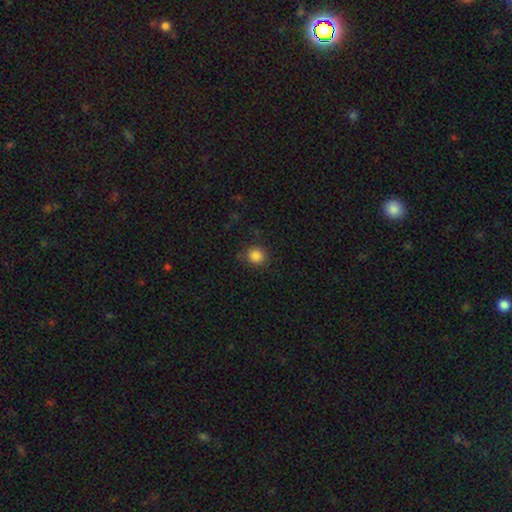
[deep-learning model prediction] smooth 86%, star or artifact 11%, featured or disk 4%. Down the decision tree: how rounded — round (85%); merging — none (84%).